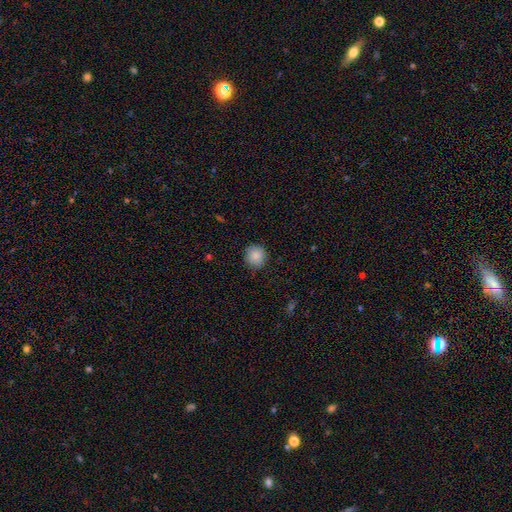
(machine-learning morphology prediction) smooth-or-featured: smooth: 86% | star or artifact: 8% | featured or disk: 5%
  how-rounded: round: 89% | in between: 10% | cigar-shaped: 1%
  merging: none: 89% | minor disturbance: 8% | major disturbance: 2% | merger: 1%